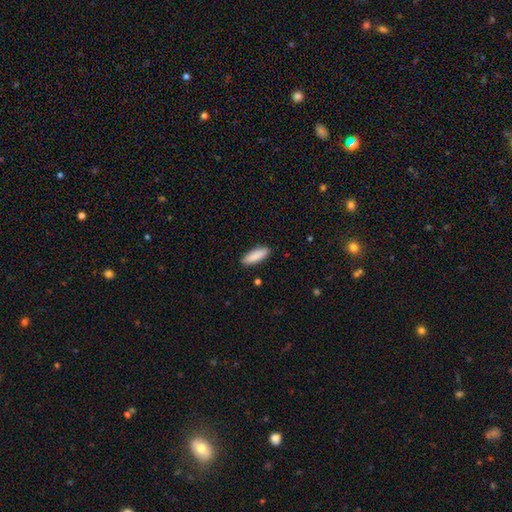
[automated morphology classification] Overall: smooth (89%). How rounded: in between (58%; cigar-shaped 40%). Merging: none (89%).